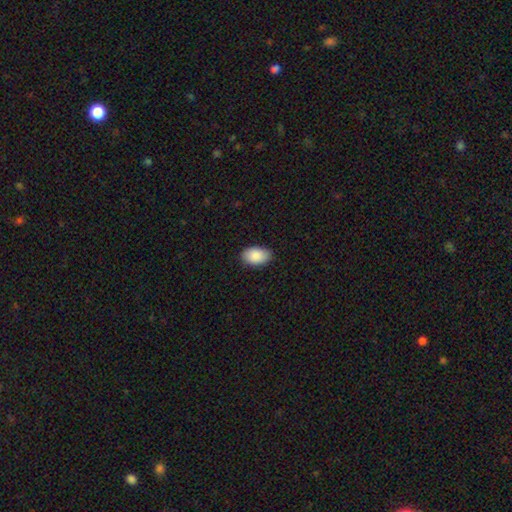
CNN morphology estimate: Overall: smooth (89%). How rounded: in between (91%). Merging: none (85%).